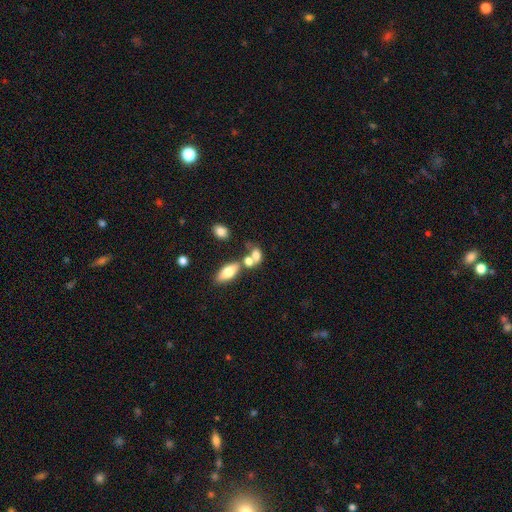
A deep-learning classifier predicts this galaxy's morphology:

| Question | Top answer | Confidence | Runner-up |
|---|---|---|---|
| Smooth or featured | smooth | 72% | featured or disk (17%) |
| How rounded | in between | 65% | round (30%) |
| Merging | merger | 47% | none (34%) |